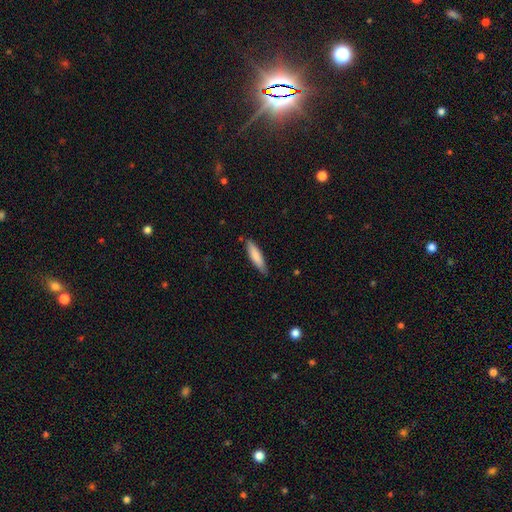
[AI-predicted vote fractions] Morphology: type=smooth (81%); roundness=cigar-shaped (76%); merging=none (83%).